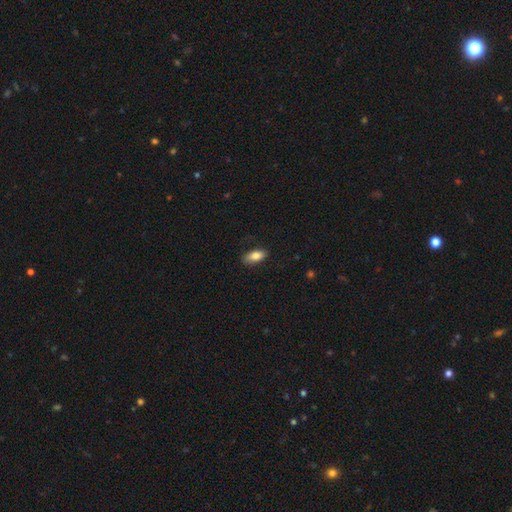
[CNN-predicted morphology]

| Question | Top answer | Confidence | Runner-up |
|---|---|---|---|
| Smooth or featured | smooth | 81% | featured or disk (12%) |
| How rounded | in between | 88% | cigar-shaped (9%) |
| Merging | none | 84% | minor disturbance (12%) |